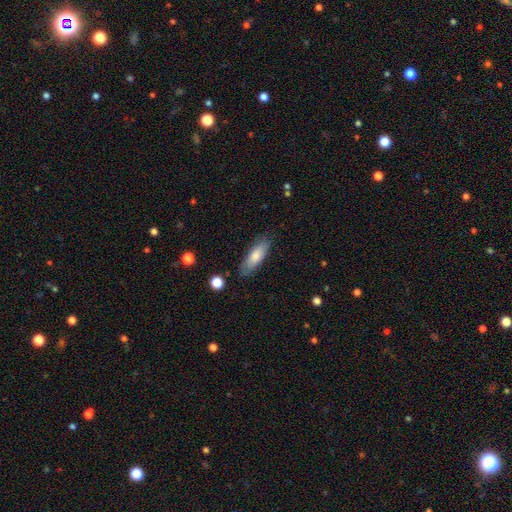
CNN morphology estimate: Q: Smooth or featured?
A: smooth (76%); runner-up: featured or disk (18%)
Q: How rounded?
A: in between (58%); runner-up: cigar-shaped (40%)
Q: Merging?
A: none (81%); runner-up: minor disturbance (14%)